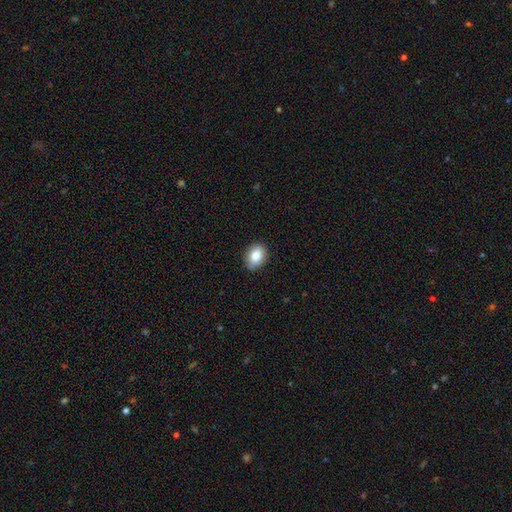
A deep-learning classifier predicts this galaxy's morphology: Smooth or featured? smooth (83%)
How rounded? in between (73%)
Merging? none (84%)